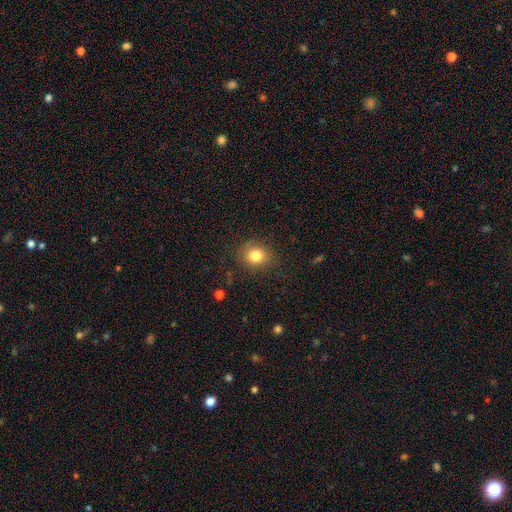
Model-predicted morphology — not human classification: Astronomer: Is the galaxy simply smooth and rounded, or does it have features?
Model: smooth — 81%.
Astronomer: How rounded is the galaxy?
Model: round — 72%.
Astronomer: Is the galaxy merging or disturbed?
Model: none — 83%.